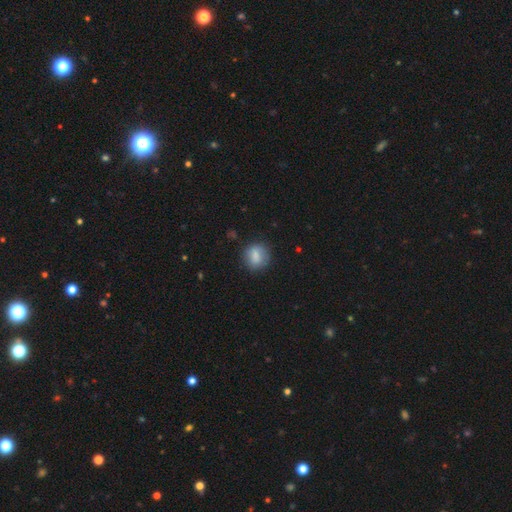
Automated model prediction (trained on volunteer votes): This appears to be a smooth galaxy with no disk features (80%) that is round (70%). Merging: none (79%).